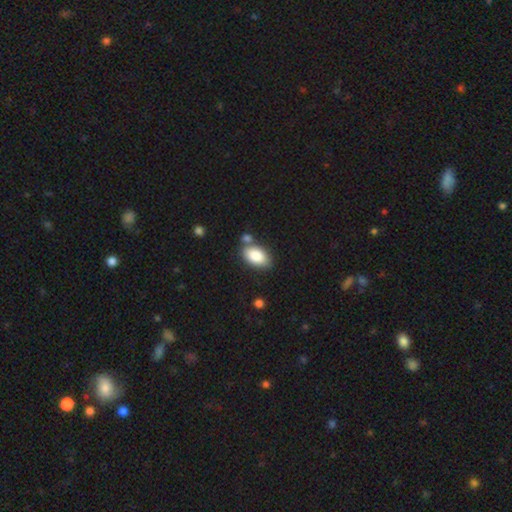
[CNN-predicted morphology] This is clearly a smooth galaxy (85%). How rounded: clearly in between (93%). Merging: likely none (67%).